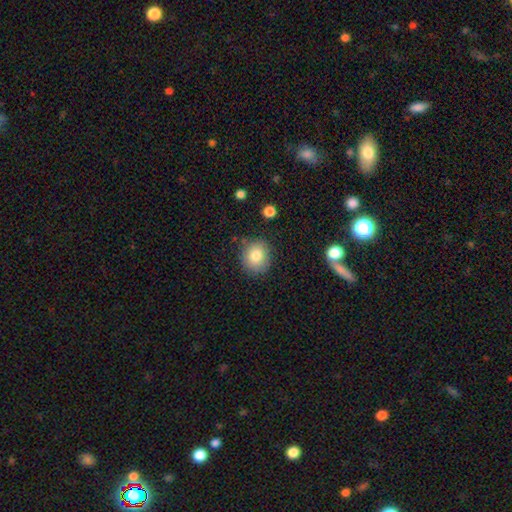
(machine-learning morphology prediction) Smooth or featured? Predicted: smooth (p=0.81). How rounded? Predicted: round (p=0.82). Merging? Predicted: none (p=0.83).